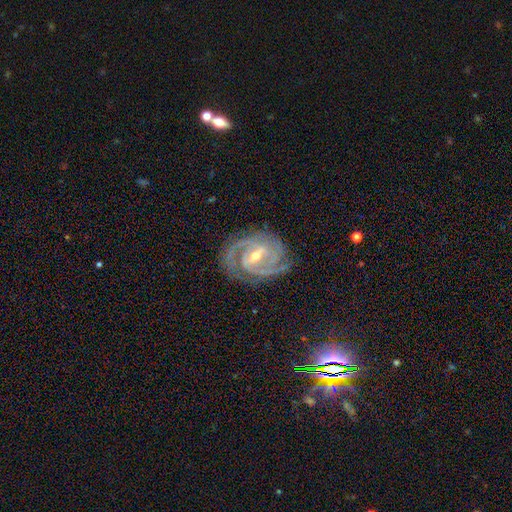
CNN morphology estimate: A featured or disk galaxy (91%) with a weak bar (43%), 2 (57%) tight (66%) spiral arms (98%) and a moderate central bulge (49%).

Vote fractions:
- Smooth or featured? featured or disk: 91% / star or artifact: 5% / smooth: 4%
- Edge-on disk? no: 97% / yes: 3%
- Bar? weak: 43% / strong: 41% / no: 16%
- Spiral arms? yes: 98% / no: 2%
- Spiral winding? tight: 66% / medium: 29% / loose: 4%
- Spiral arm count? 2: 57% / 3: 21% / can't tell: 9% / 4: 5% / 1: 4% / more than 4: 4%
- Bulge size? moderate: 49% / small: 48% / large: 1% / none: 1% / dominant: 1%
- Merging? none: 79% / minor disturbance: 15% / major disturbance: 5% / merger: 1%